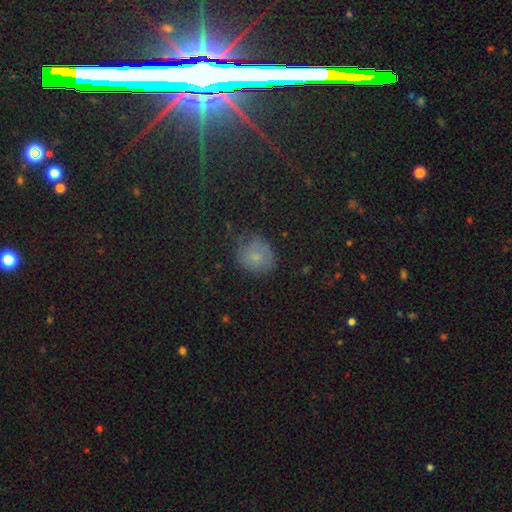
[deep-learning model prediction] Q: Smooth or featured?
A: smooth (62%); runner-up: featured or disk (20%)
Q: How rounded?
A: round (72%); runner-up: in between (27%)
Q: Merging?
A: none (63%); runner-up: minor disturbance (25%)